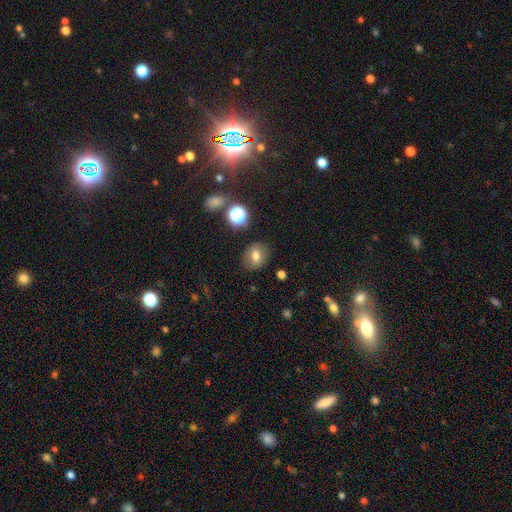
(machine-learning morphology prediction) Smooth or featured?
  - smooth: 72% *
  - featured or disk: 15%
  - star or artifact: 13%
How rounded?
  - round: 51% *
  - in between: 48%
  - cigar-shaped: 1%
Merging?
  - none: 84% *
  - minor disturbance: 11%
  - major disturbance: 3%
  - merger: 2%